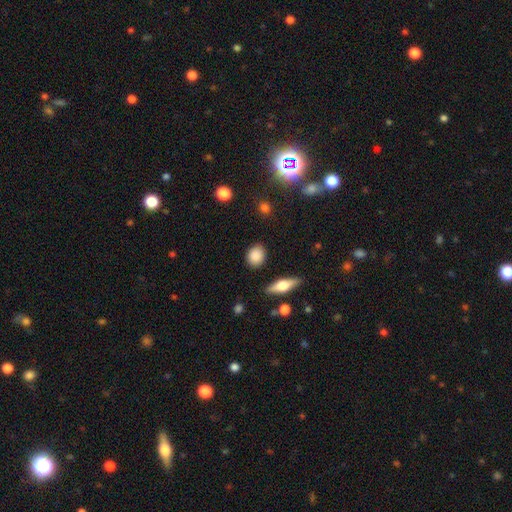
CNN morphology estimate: Smooth or featured? smooth (86%)
How rounded? round (56%)
Merging? none (86%)